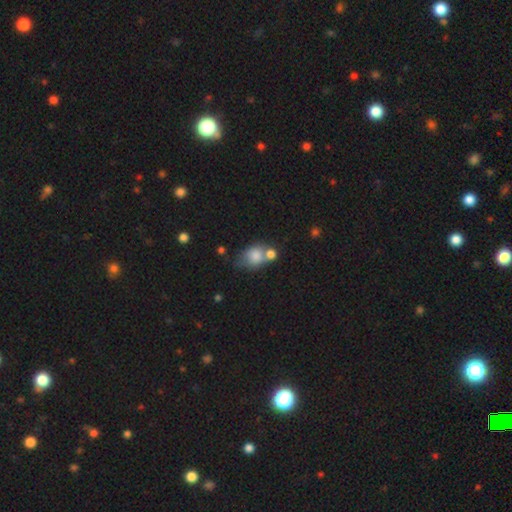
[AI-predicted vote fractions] Smooth or featured? smooth (78%)
How rounded? in between (66%)
Merging? merger (43%)